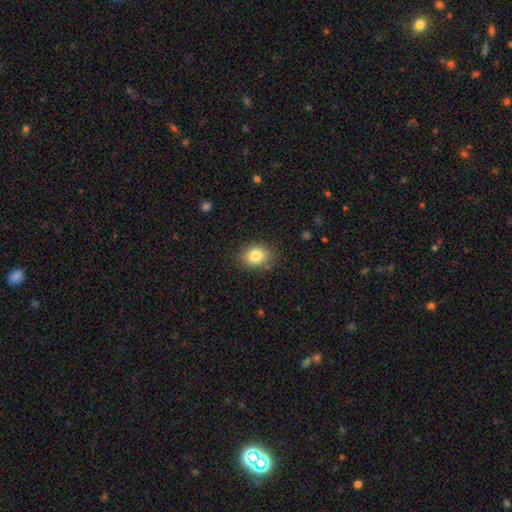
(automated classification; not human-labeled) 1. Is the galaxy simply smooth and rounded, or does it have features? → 83% smooth, 10% star or artifact, 7% featured or disk.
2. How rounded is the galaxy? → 57% round, 42% in between, 1% cigar-shaped.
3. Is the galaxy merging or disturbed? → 84% none, 11% minor disturbance, 3% major disturbance, 2% merger.